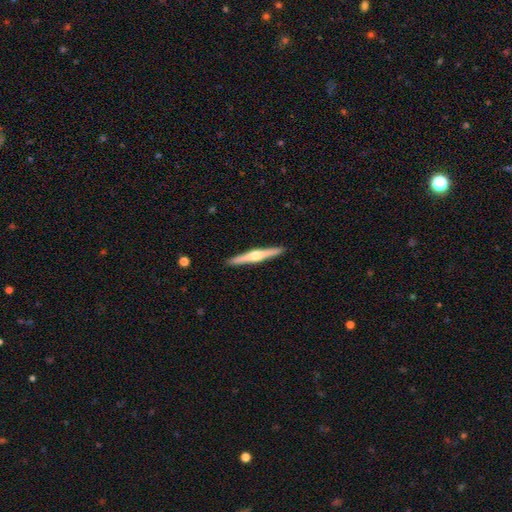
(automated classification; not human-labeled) Q: Smooth or featured?
A: featured or disk (74%); runner-up: smooth (21%)
Q: Edge-on disk?
A: yes (98%); runner-up: no (2%)
Q: Edge-on bulge?
A: rounded (93%); runner-up: boxy (4%)
Q: Merging?
A: none (92%); runner-up: minor disturbance (5%)